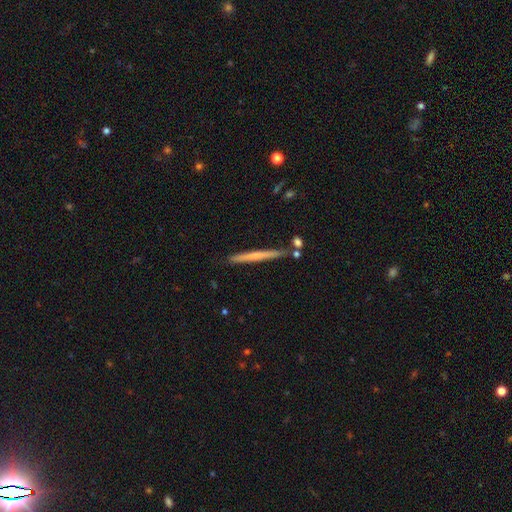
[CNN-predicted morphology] This is possibly a smooth galaxy (50%). Merging: clearly none (85%).